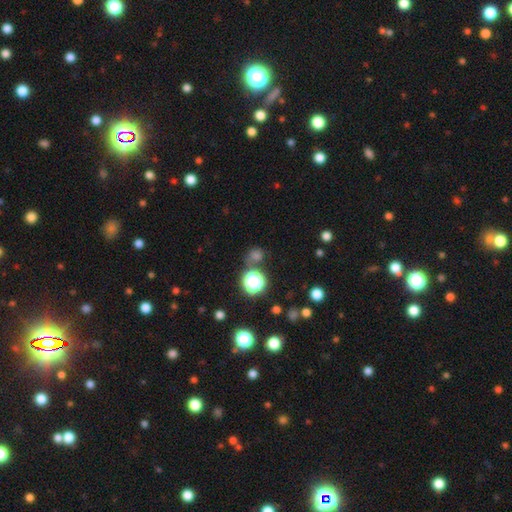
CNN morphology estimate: A smooth galaxy with no disk features (48%). Merging: none (74%).